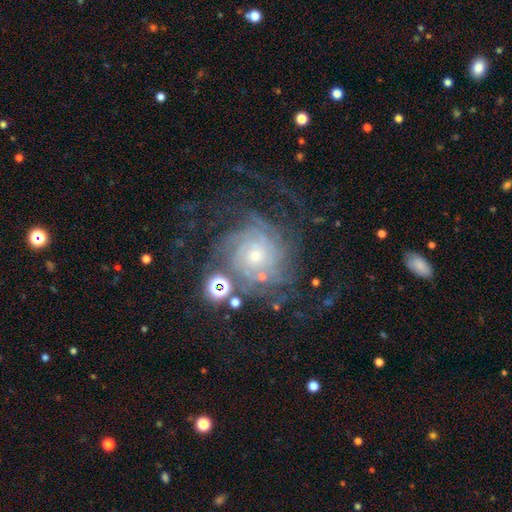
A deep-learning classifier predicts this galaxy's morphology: type=featured or disk (82%); edge-on=no (98%); bar=no (77%); spiral arms=yes (96%); winding=tight (68%); arm count=can't tell (34%); bulge=small (66%); merging=none (59%).